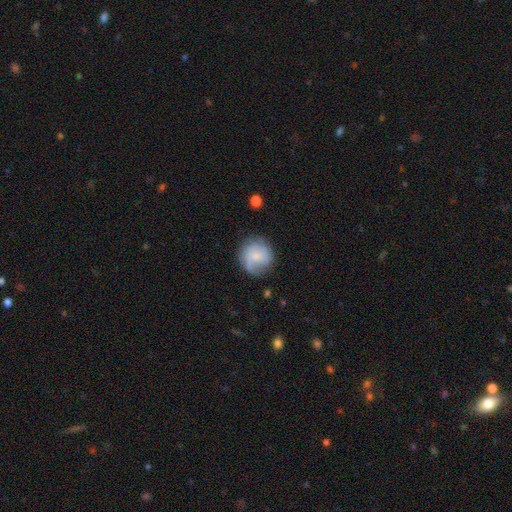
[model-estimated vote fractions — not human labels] Smooth or featured: smooth — 53% (featured or disk — 39%)
How rounded: round — 87% (in between — 12%)
Merging: none — 65% (minor disturbance — 21%)